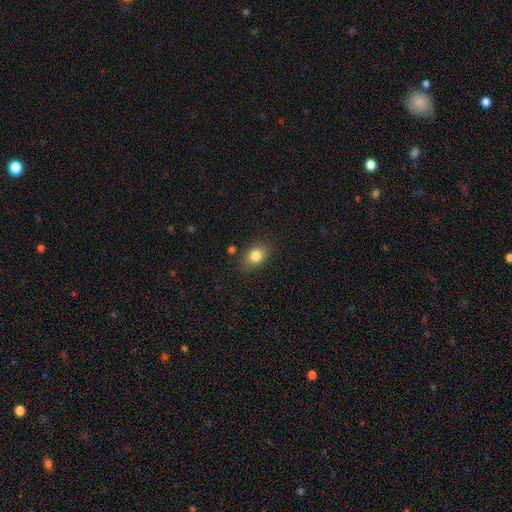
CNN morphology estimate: type=smooth (82%); roundness=in between (71%); merging=none (81%).